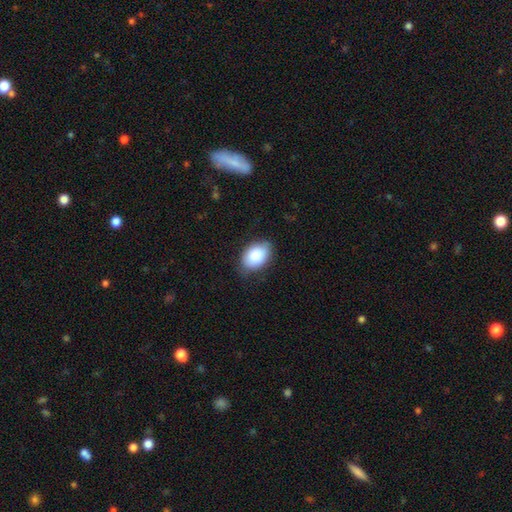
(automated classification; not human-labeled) Morphology: type=smooth (86%); roundness=in between (86%); merging=none (78%).